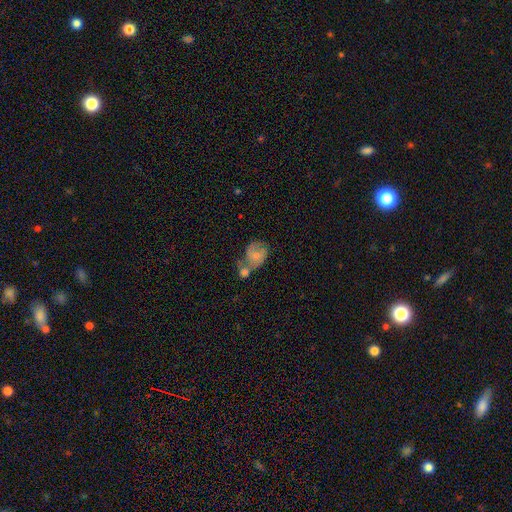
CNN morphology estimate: type=featured or disk (50%); merging=merger (48%).